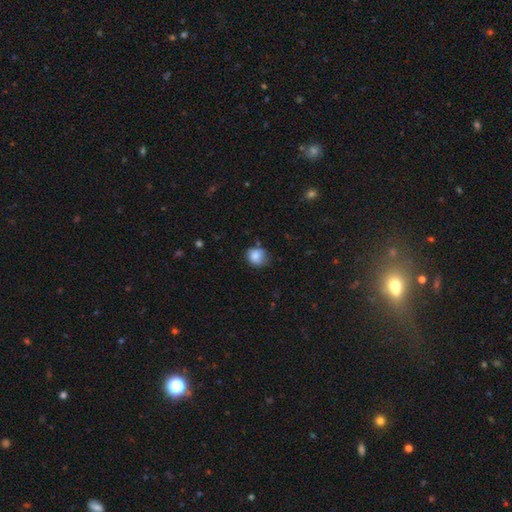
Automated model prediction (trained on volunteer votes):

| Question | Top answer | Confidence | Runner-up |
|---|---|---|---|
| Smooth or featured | smooth | 84% | star or artifact (9%) |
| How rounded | round | 72% | in between (27%) |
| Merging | none | 60% | minor disturbance (30%) |